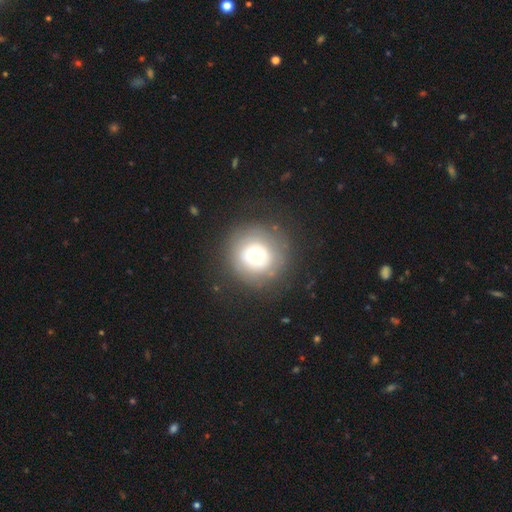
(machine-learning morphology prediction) smooth 68%, featured or disk 22%, star or artifact 11%. Down the decision tree: how rounded — round (94%); merging — none (77%).